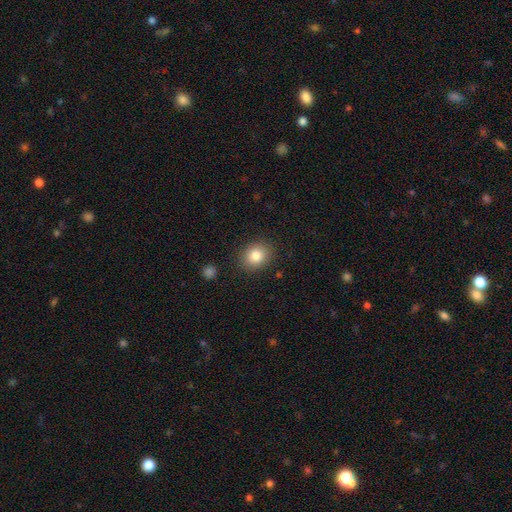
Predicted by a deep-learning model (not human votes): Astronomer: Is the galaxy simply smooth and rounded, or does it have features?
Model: smooth — 84%.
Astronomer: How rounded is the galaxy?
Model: round — 59% (runner-up: in between, 40%).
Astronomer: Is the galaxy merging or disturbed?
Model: none — 87%.